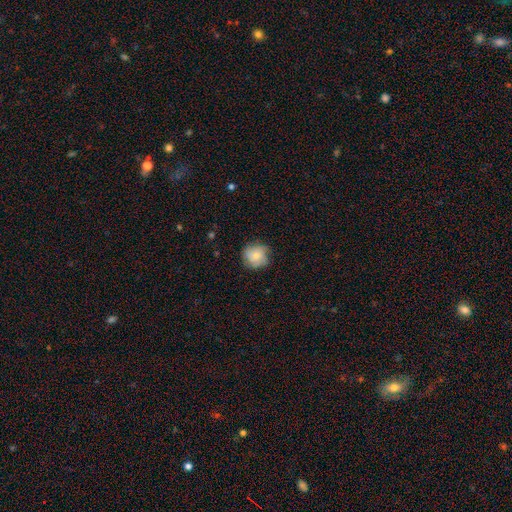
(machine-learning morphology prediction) Smooth or featured?
  - smooth: 73% *
  - featured or disk: 19%
  - star or artifact: 8%
How rounded?
  - round: 90% *
  - in between: 9%
  - cigar-shaped: 1%
Merging?
  - none: 75% *
  - minor disturbance: 19%
  - major disturbance: 4%
  - merger: 1%